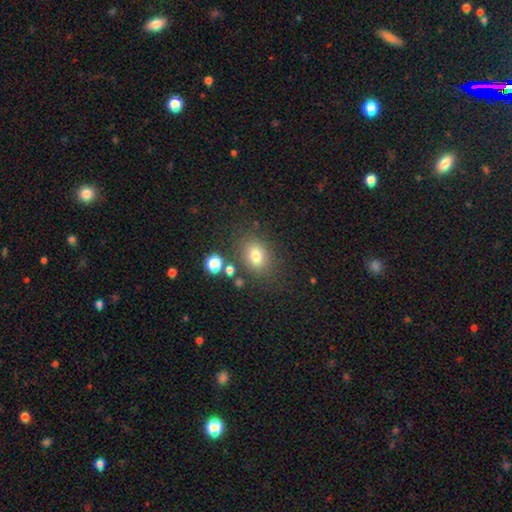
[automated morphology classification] A smooth galaxy with no disk features (77%) that is in between round and cigar-shaped (63%).

Vote fractions:
- Smooth or featured? smooth: 77% / star or artifact: 13% / featured or disk: 10%
- How rounded? in between: 63% / round: 36% / cigar-shaped: 1%
- Merging? none: 76% / minor disturbance: 13% / merger: 6% / major disturbance: 5%